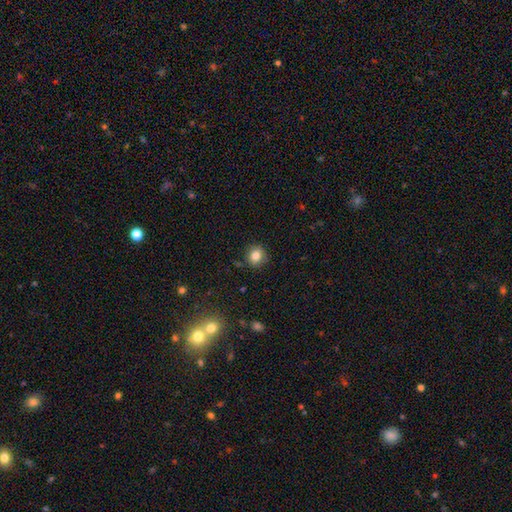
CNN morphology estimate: smooth_or_featured: smooth (p=0.83) [alt: star or artifact p=0.11]
how_rounded: round (p=0.83) [alt: in between p=0.16]
merging: none (p=0.88) [alt: minor disturbance p=0.09]